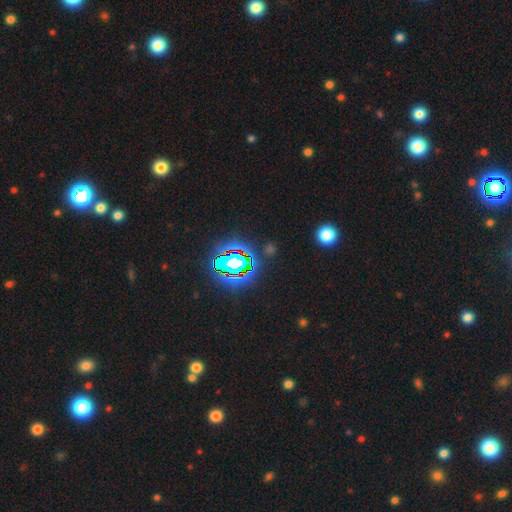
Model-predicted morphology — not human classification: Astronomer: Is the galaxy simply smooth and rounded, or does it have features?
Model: star or artifact — 82%.